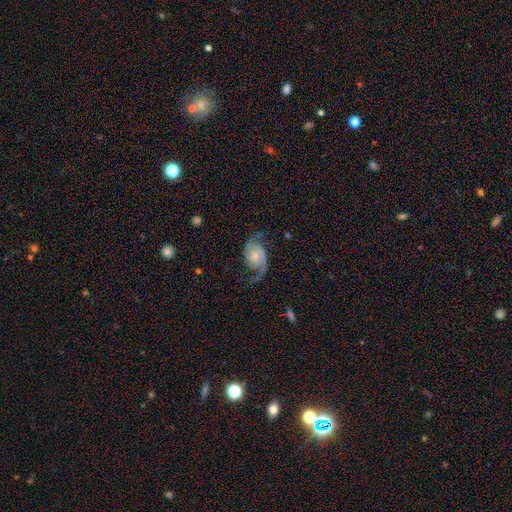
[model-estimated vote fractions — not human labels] Q: Smooth or featured?
A: featured or disk (89%); runner-up: smooth (6%)
Q: Edge-on disk?
A: no (98%); runner-up: yes (2%)
Q: Bar?
A: no (68%); runner-up: weak (26%)
Q: Spiral arms?
A: yes (98%); runner-up: no (2%)
Q: Spiral winding?
A: medium (45%); runner-up: loose (42%)
Q: Spiral arm count?
A: 2 (92%); runner-up: 1 (3%)
Q: Bulge size?
A: small (53%); runner-up: moderate (31%)
Q: Merging?
A: none (73%); runner-up: minor disturbance (15%)